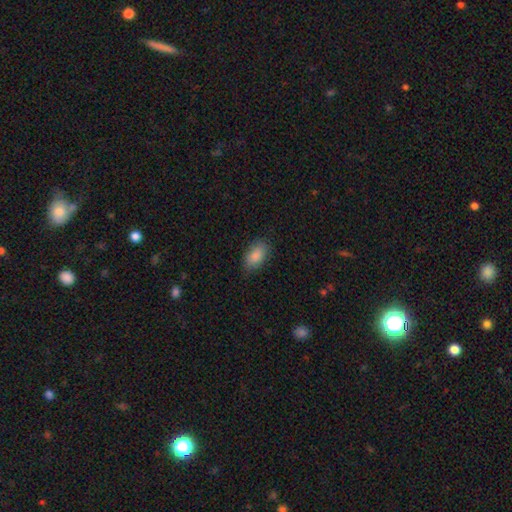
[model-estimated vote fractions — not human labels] Smooth or featured? smooth (88%)
How rounded? in between (92%)
Merging? none (82%)